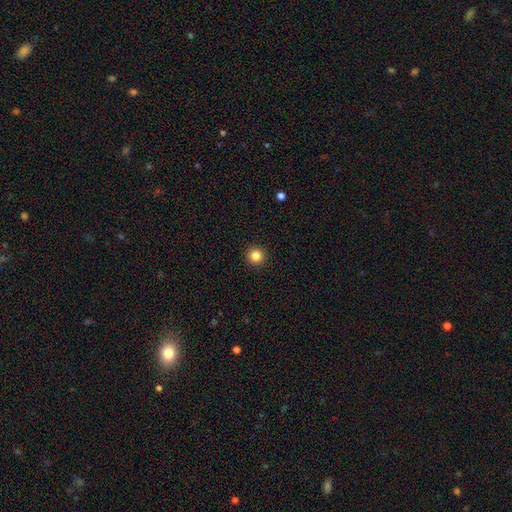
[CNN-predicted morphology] smooth_or_featured: smooth (p=0.84) [alt: star or artifact p=0.11]
how_rounded: round (p=0.96) [alt: in between p=0.03]
merging: none (p=0.93) [alt: minor disturbance p=0.04]